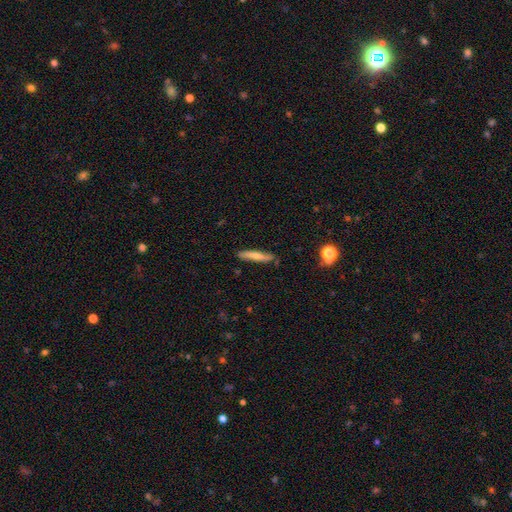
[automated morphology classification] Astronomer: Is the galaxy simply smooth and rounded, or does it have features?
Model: smooth — 66%.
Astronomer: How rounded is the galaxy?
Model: cigar-shaped — 90%.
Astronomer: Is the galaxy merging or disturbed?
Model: none — 83%.